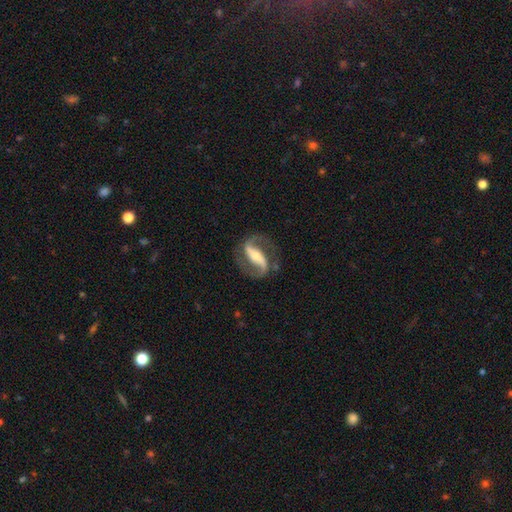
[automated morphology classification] smooth_or_featured: featured or disk (p=0.89) [alt: smooth p=0.06]
disk_edge_on: no (p=0.95) [alt: yes p=0.05]
bar: strong (p=0.63) [alt: weak p=0.21]
has_spiral_arms: yes (p=0.96) [alt: no p=0.04]
spiral_winding: medium (p=0.48) [alt: loose p=0.36]
spiral_arm_count: 2 (p=0.93) [alt: 1 p=0.03]
bulge_size: moderate (p=0.49) [alt: small p=0.42]
merging: none (p=0.80) [alt: minor disturbance p=0.12]